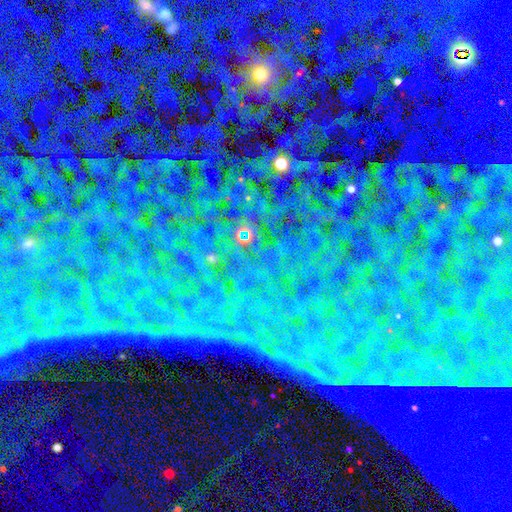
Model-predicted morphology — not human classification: Smooth or featured: star or artifact — 78% (smooth — 12%)